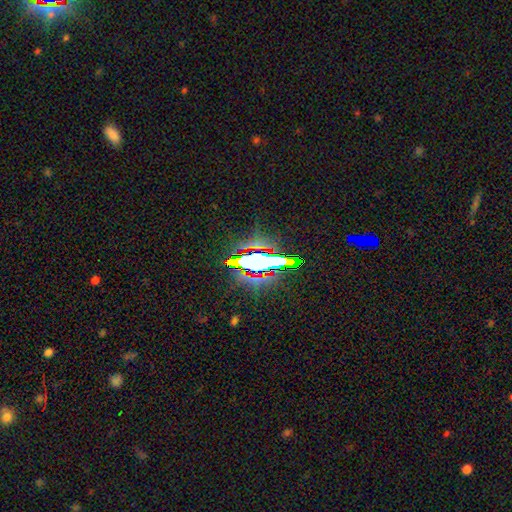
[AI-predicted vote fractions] Smooth or featured?
  - star or artifact: 63% *
  - smooth: 20%
  - featured or disk: 16%